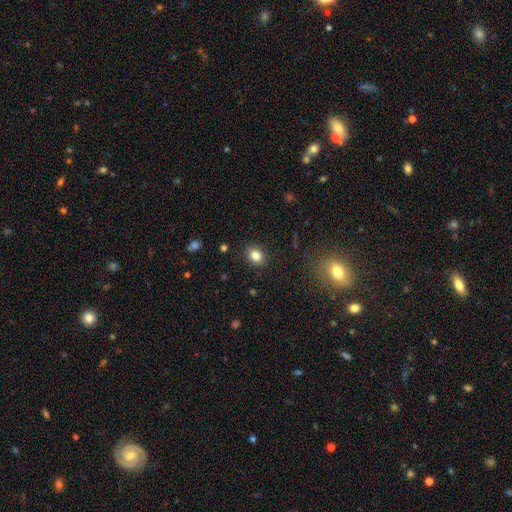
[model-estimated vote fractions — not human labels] Smooth or featured?
  - smooth: 82% *
  - star or artifact: 11%
  - featured or disk: 7%
How rounded?
  - round: 52% *
  - in between: 47%
  - cigar-shaped: 1%
Merging?
  - none: 89% *
  - minor disturbance: 8%
  - major disturbance: 2%
  - merger: 1%